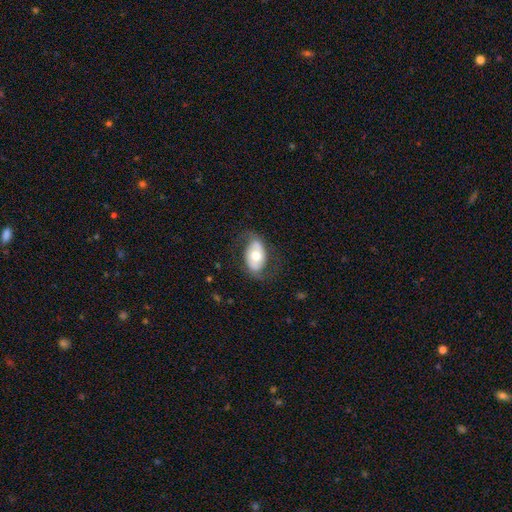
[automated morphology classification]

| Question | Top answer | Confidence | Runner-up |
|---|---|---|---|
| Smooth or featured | smooth | 47% | tied: featured or disk (47%) |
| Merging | none | 68% | minor disturbance (20%) |